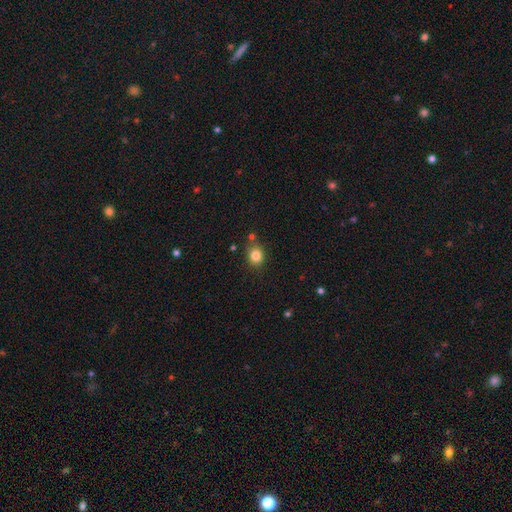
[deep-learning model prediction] This is clearly a smooth galaxy (83%). How rounded: likely round (69%). Merging: likely none (78%).